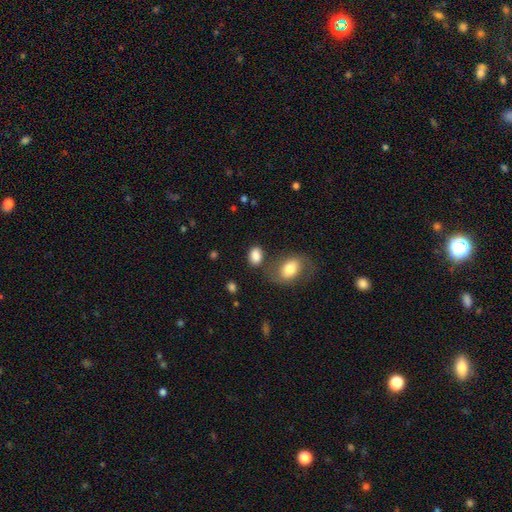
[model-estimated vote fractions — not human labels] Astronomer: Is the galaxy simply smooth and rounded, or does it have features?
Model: smooth — 84%.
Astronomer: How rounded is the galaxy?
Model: in between — 84%.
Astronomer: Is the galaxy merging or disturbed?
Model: none — 63%.